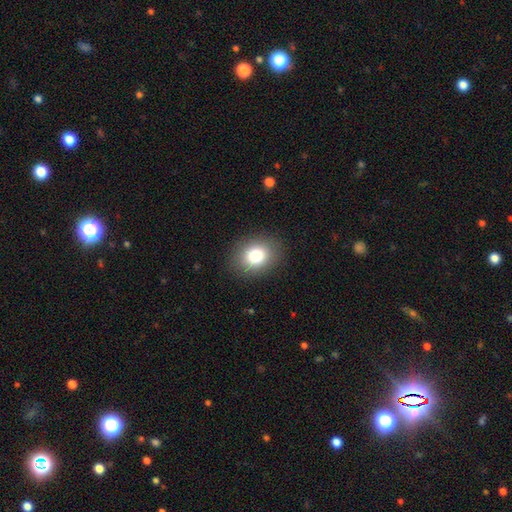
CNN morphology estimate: Smooth or featured: smooth — 82% (star or artifact — 10%)
How rounded: in between — 52% (round — 48%)
Merging: none — 87% (minor disturbance — 9%)